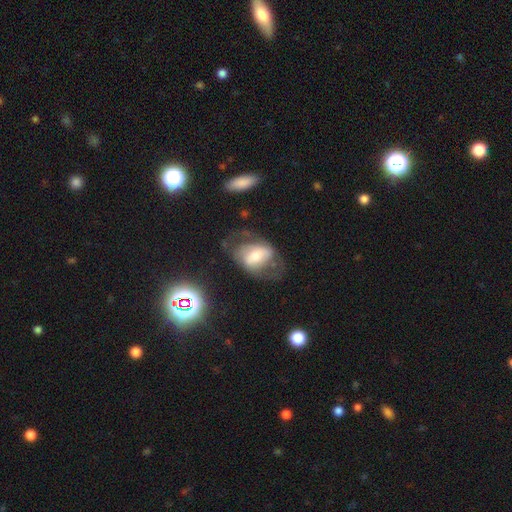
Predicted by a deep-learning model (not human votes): smooth_or_featured: featured or disk (p=0.55) [alt: smooth p=0.37]
disk_edge_on: no (p=0.93) [alt: yes p=0.07]
bar: weak (p=0.35) [alt: strong p=0.34]
has_spiral_arms: yes (p=0.56) [alt: no p=0.44]
bulge_size: moderate (p=0.50) [alt: small p=0.29]
merging: none (p=0.45) [alt: major disturbance p=0.28]